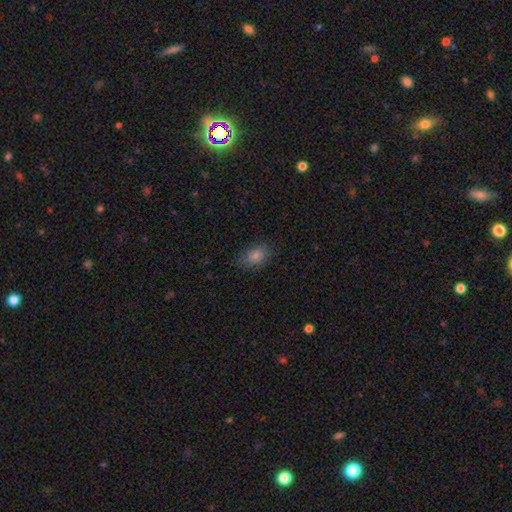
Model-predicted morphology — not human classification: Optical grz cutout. It shows a smooth galaxy with no disk features (78%) that is in between round and cigar-shaped (81%). Merging: none (82%).